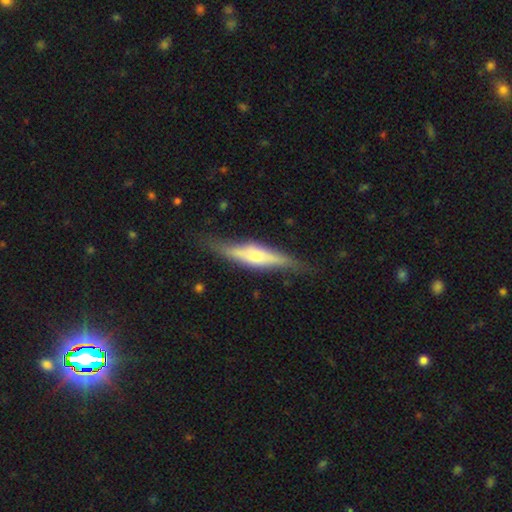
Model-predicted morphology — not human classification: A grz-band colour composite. It shows a featured or disk galaxy (63%) viewed edge-on (90%) with a rounded central bulge (79%). Merging: none (77%).